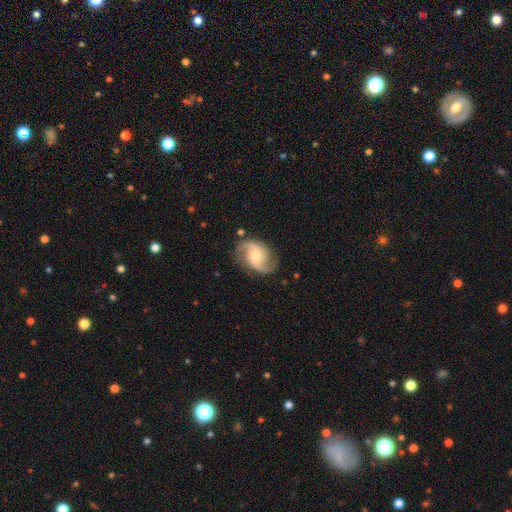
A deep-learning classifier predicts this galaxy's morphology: A featured or disk galaxy (84%) with no bar (48%), 2 (89%) medium (47%) spiral arms (97%) and a moderate central bulge (53%).

Vote fractions:
- Smooth or featured? featured or disk: 84% / smooth: 10% / star or artifact: 5%
- Edge-on disk? no: 97% / yes: 3%
- Bar? no: 48% / weak: 42% / strong: 10%
- Spiral arms? yes: 97% / no: 3%
- Spiral winding? medium: 47% / loose: 39% / tight: 15%
- Spiral arm count? 2: 89% / 3: 4% / can't tell: 4% / 1: 2% / 4: 1% / more than 4: 1%
- Bulge size? moderate: 53% / small: 37% / large: 6% / none: 3% / dominant: 1%
- Merging? none: 77% / minor disturbance: 16% / major disturbance: 6% / merger: 2%